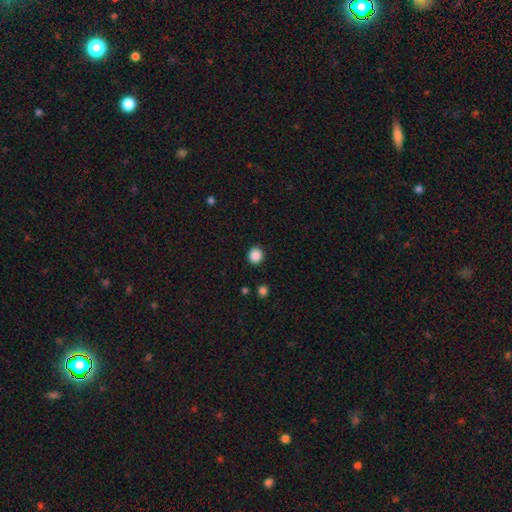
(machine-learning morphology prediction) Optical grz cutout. It shows a smooth galaxy with no disk features (88%) that is round (85%). Merging: none (91%).